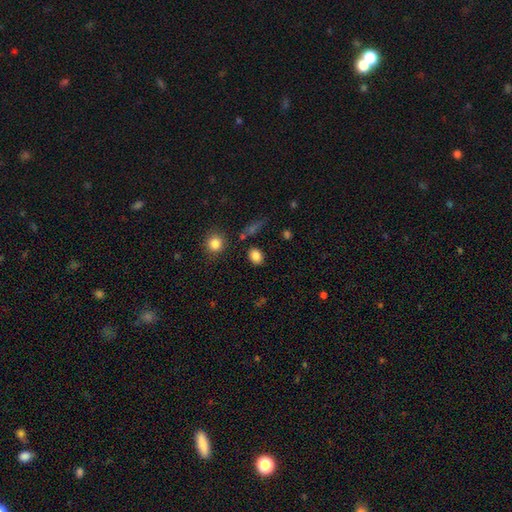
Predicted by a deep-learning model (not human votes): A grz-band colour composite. It shows a smooth galaxy with no disk features (84%) that is in between round and cigar-shaped (59%). Merging: none (83%).